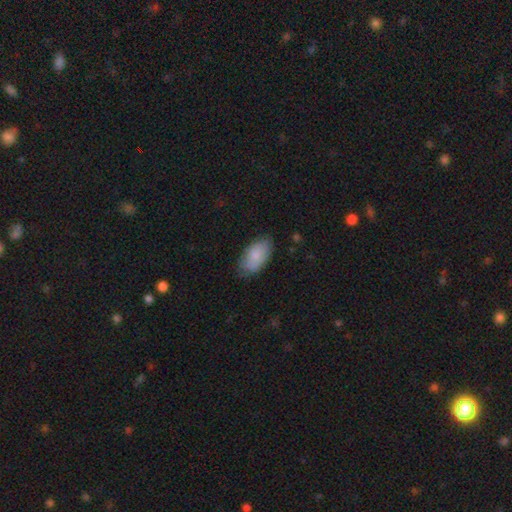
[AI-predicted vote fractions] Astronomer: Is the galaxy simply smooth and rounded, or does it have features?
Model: smooth — 80%.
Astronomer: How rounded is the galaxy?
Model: in between — 94%.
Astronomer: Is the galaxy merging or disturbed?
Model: none — 72%.